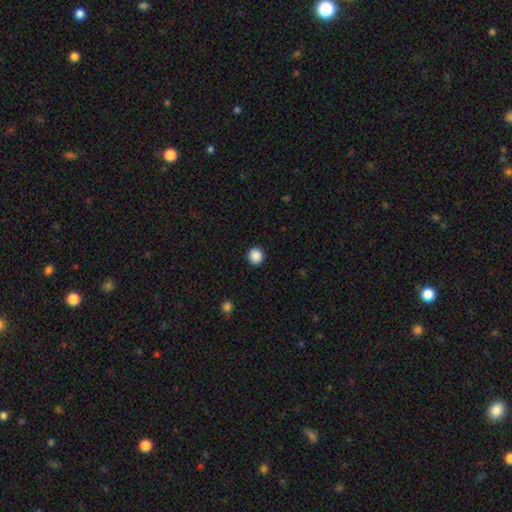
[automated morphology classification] A smooth galaxy with no disk features (88%) that is round (93%).

Vote fractions:
- Smooth or featured? smooth: 88% / star or artifact: 9% / featured or disk: 2%
- How rounded? round: 93% / in between: 6% / cigar-shaped: 1%
- Merging? none: 92% / minor disturbance: 5% / major disturbance: 2% / merger: 1%